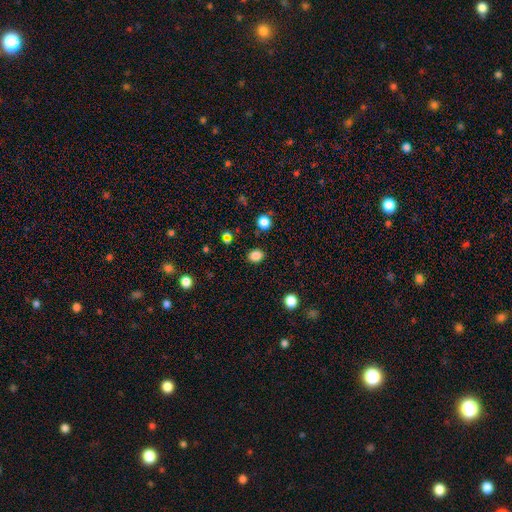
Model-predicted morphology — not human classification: Smooth or featured: smooth — 85% (star or artifact — 12%)
How rounded: round — 53% (in between — 46%)
Merging: none — 88% (minor disturbance — 8%)